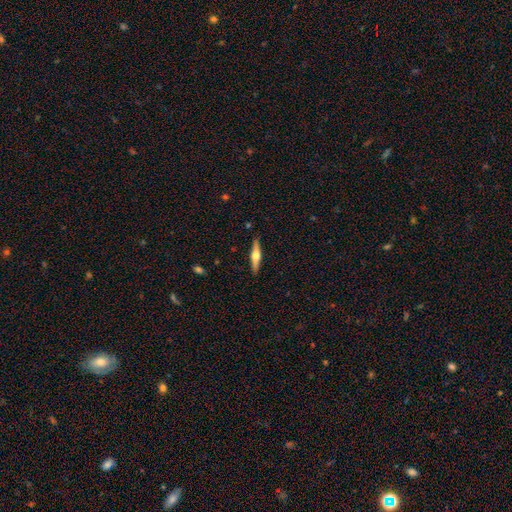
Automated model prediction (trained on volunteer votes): A featured or disk galaxy (63%) viewed edge-on (97%) with a rounded central bulge (94%).

Vote fractions:
- Smooth or featured? featured or disk: 63% / smooth: 31% / star or artifact: 5%
- Edge-on disk? yes: 97% / no: 3%
- Edge-on bulge? rounded: 94% / boxy: 4% / none: 2%
- Merging? none: 90% / minor disturbance: 7% / major disturbance: 1% / merger: 1%